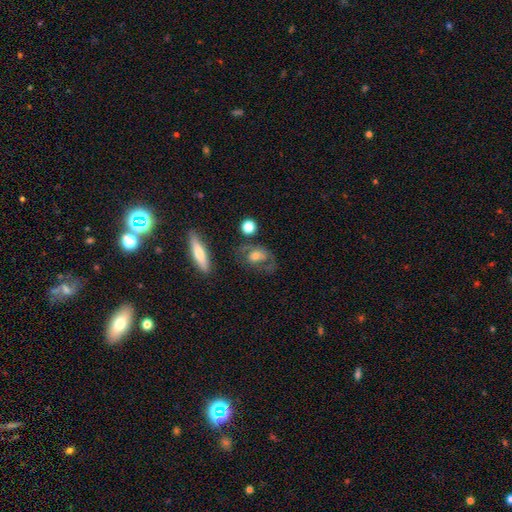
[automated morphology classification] smooth_or_featured: featured or disk (p=0.52) [alt: smooth p=0.37]
disk_edge_on: no (p=0.85) [alt: yes p=0.15]
merging: none (p=0.57) [alt: minor disturbance p=0.20]